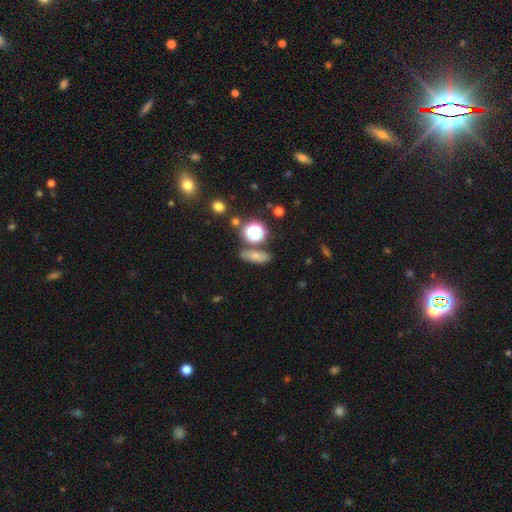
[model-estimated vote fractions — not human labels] Smooth or featured? smooth (67%)
How rounded? in between (50%)
Merging? none (74%)